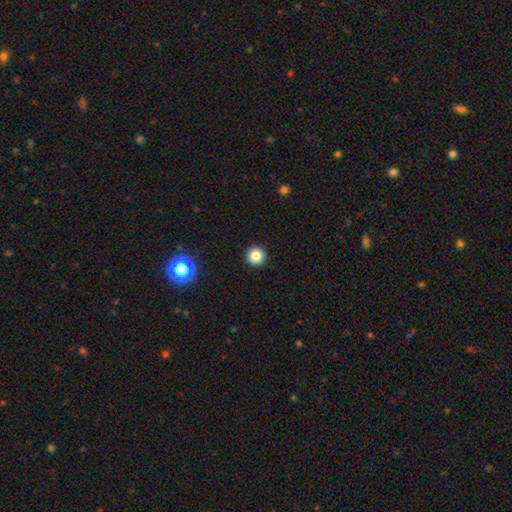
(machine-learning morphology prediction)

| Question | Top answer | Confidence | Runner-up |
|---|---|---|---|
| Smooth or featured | smooth | 84% | star or artifact (11%) |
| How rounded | round | 96% | in between (3%) |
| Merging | none | 94% | minor disturbance (4%) |